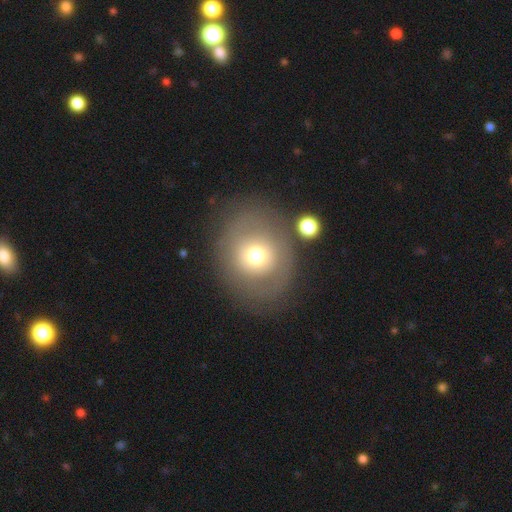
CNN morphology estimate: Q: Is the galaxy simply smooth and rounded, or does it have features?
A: smooth — 60%.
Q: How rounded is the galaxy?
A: round — 81%.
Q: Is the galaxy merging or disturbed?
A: none — 72%.